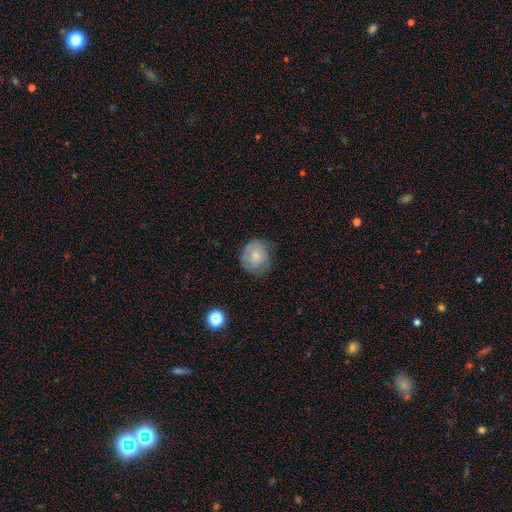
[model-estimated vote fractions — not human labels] The model was most divided on "smooth or featured": smooth: 65%, featured or disk: 27%, star or artifact: 8%. More confident: how rounded — round (80%); merging — none (66%).